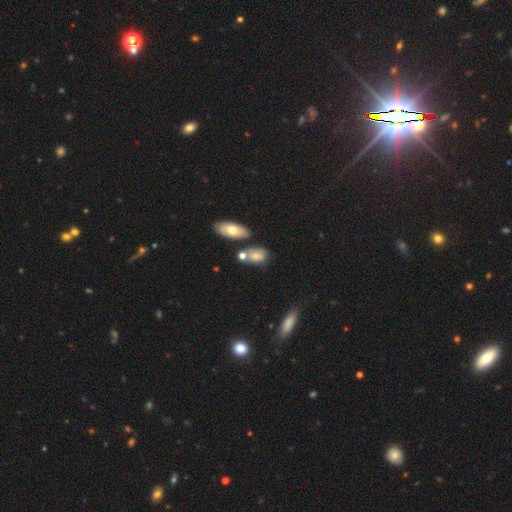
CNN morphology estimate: Q: Smooth or featured?
A: smooth (71%); runner-up: featured or disk (19%)
Q: How rounded?
A: in between (75%); runner-up: round (20%)
Q: Merging?
A: none (50%); runner-up: merger (22%)